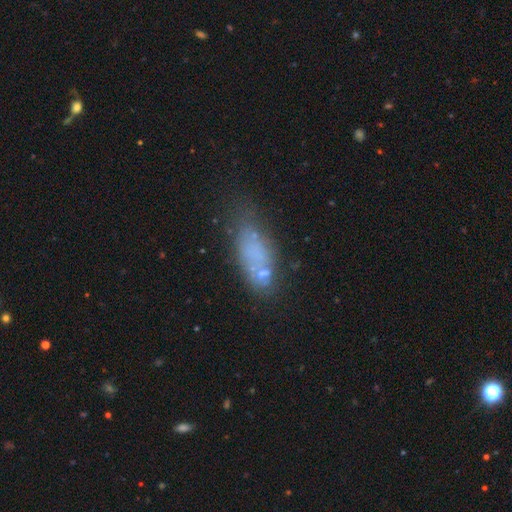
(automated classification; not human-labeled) Smooth or featured? smooth (54%)
How rounded? in between (66%)
Merging? none (48%)